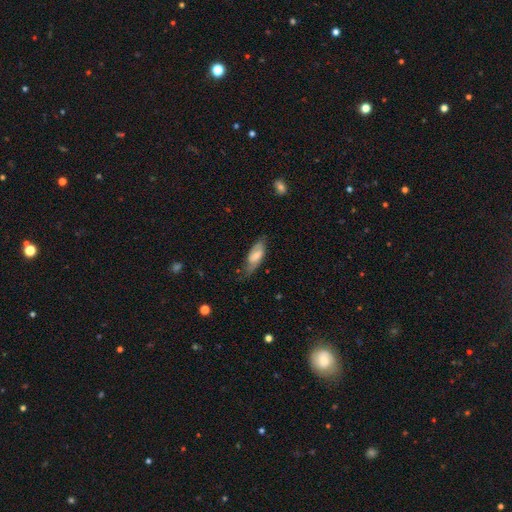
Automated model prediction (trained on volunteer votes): A smooth galaxy with no disk features (54%) that is in between round and cigar-shaped (78%). Merging: none (58%).